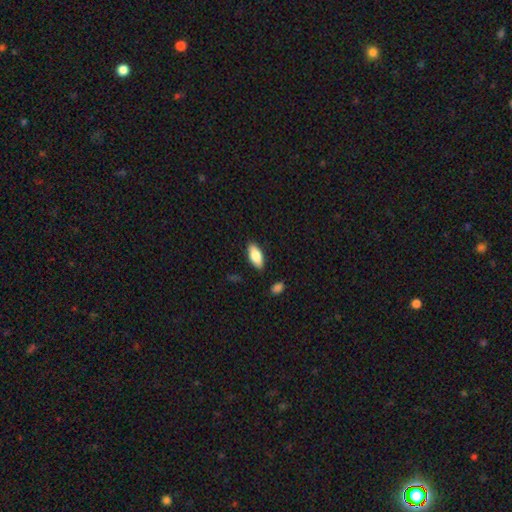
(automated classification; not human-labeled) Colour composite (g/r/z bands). It shows a smooth galaxy with no disk features (81%) that is in between round and cigar-shaped (84%). Merging: none (87%).